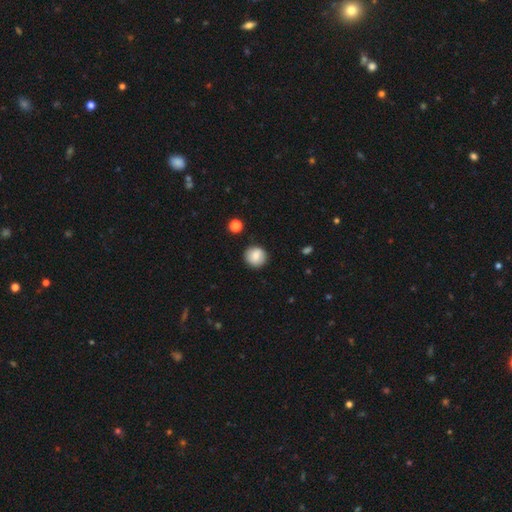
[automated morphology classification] A smooth galaxy with no disk features (82%) that is round (92%). Merging: none (89%).